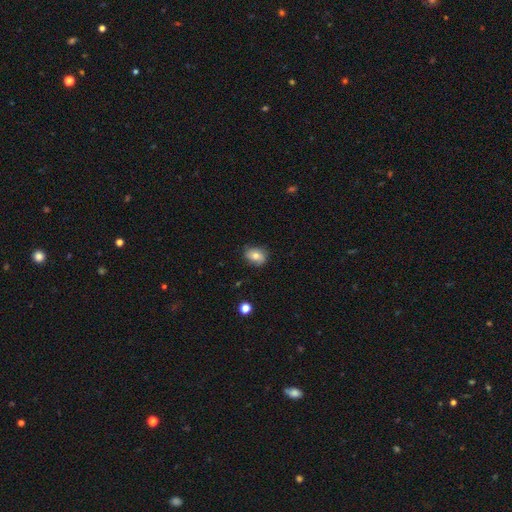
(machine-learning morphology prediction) Smooth or featured? Predicted: smooth (p=0.73). How rounded? Predicted: in between (p=0.61). Merging? Predicted: none (p=0.77).